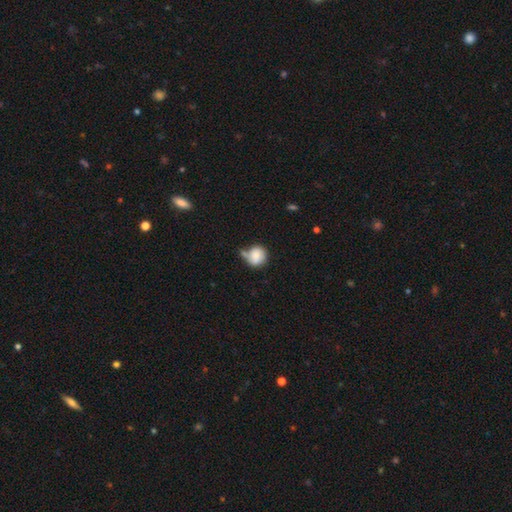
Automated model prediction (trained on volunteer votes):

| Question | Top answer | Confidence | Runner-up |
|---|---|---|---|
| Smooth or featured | smooth | 73% | featured or disk (19%) |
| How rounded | round | 82% | in between (17%) |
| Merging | none | 38% | minor disturbance (29%) |